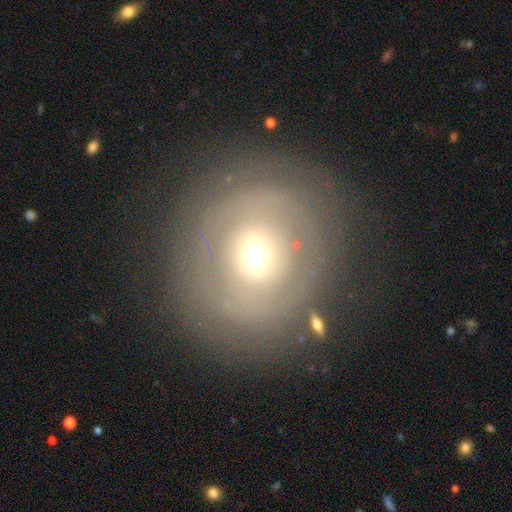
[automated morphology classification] This appears to be a featured or disk galaxy (51%). Merging: none (79%).